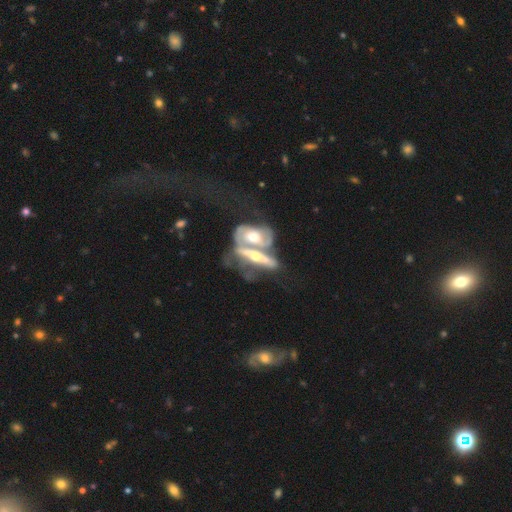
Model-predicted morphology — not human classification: This is likely a featured or disk galaxy (75%). It is possibly not viewed edge-on (56%). Merging: likely merger (70%).